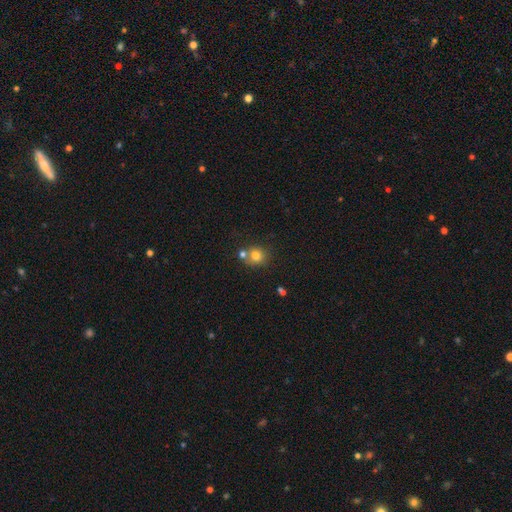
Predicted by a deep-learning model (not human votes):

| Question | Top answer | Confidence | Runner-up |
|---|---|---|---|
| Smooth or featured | smooth | 77% | star or artifact (13%) |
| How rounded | round | 85% | in between (14%) |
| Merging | none | 59% | merger (29%) |